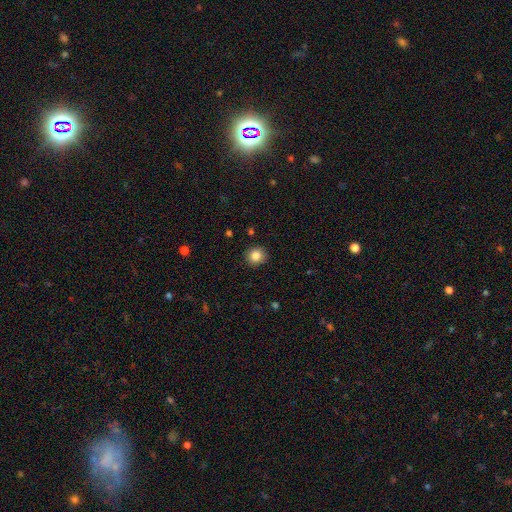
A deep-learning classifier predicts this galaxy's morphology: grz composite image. It shows a smooth galaxy with no disk features (85%) that is round (88%). Merging: none (91%).